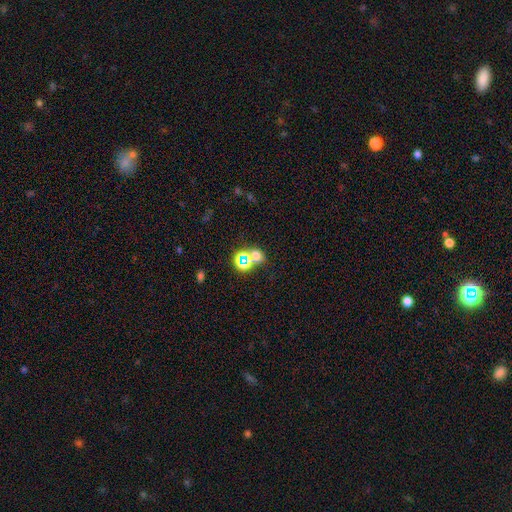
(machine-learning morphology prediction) Smooth or featured? Predicted: smooth (p=0.48). Merging? Predicted: none (p=0.57).